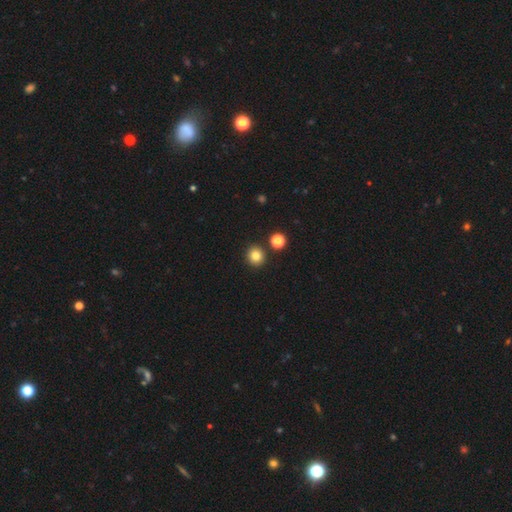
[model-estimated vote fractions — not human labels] This is clearly a smooth galaxy (82%). How rounded: clearly round (91%). Merging: clearly none (88%).